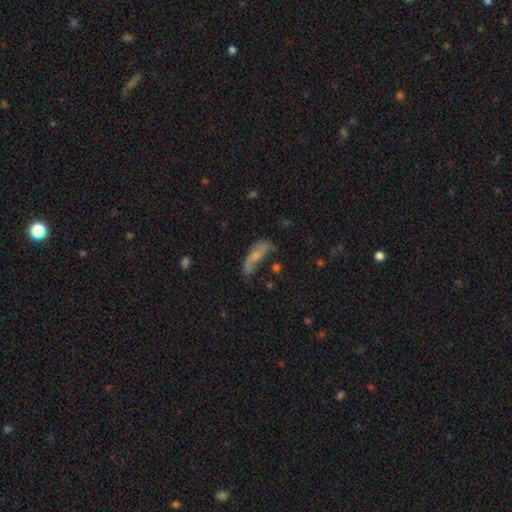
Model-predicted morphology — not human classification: Smooth or featured? smooth (52%)
How rounded? in between (55%)
Merging? none (37%)